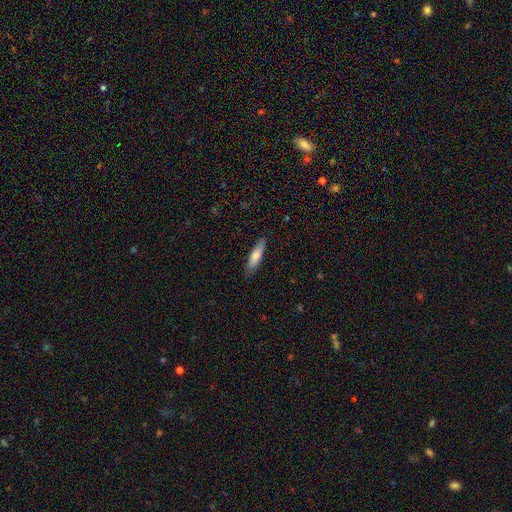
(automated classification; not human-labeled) Smooth or featured? Predicted: smooth (p=0.71). How rounded? Predicted: cigar-shaped (p=0.71). Merging? Predicted: none (p=0.85).